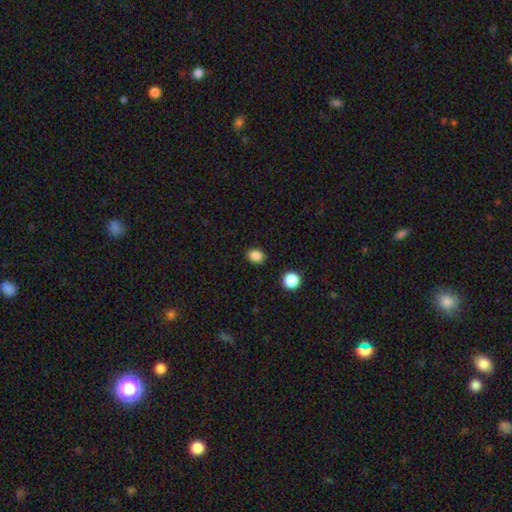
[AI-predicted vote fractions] smooth-or-featured: smooth: 85% | star or artifact: 11% | featured or disk: 3%
  how-rounded: round: 50% | in between: 49% | cigar-shaped: 1%
  merging: none: 88% | minor disturbance: 8% | major disturbance: 2% | merger: 2%